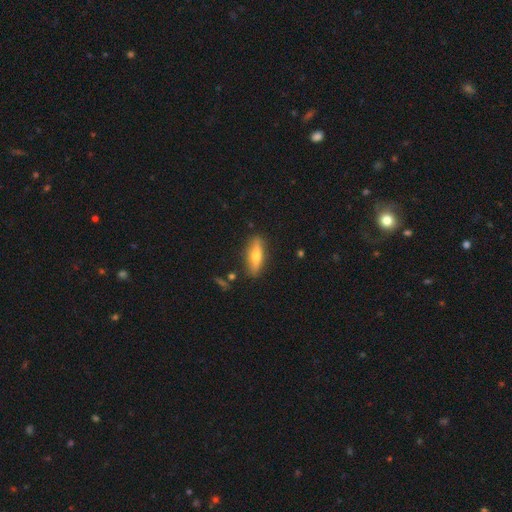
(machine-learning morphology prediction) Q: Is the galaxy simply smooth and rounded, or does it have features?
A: featured or disk — 47%.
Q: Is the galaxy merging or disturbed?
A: none — 85%.